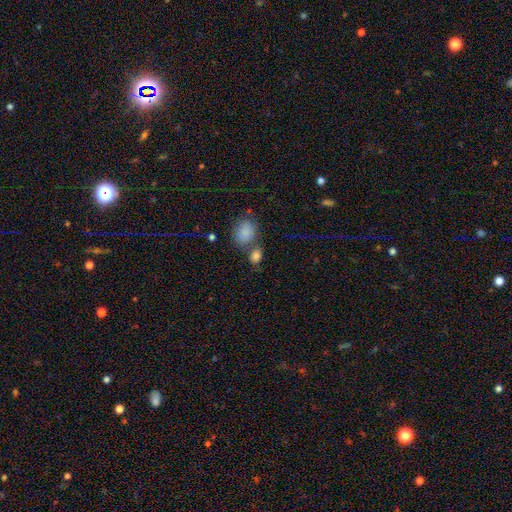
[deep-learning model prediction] Overall: smooth (82%). How rounded: in between (70%). Merging: none (49%; merger 32%).